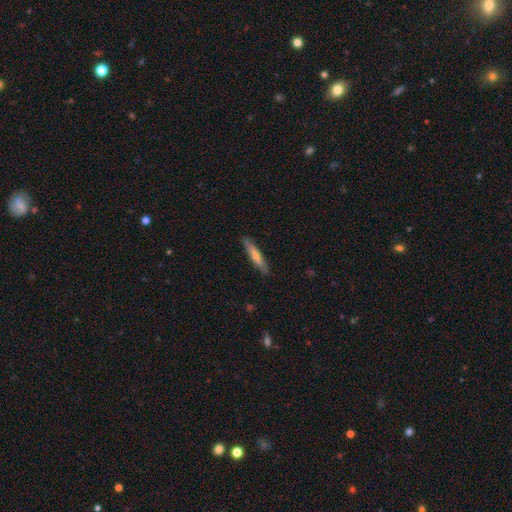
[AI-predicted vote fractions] Q: Smooth or featured?
A: smooth (60%); runner-up: featured or disk (35%)
Q: How rounded?
A: cigar-shaped (90%); runner-up: in between (9%)
Q: Merging?
A: none (86%); runner-up: minor disturbance (11%)